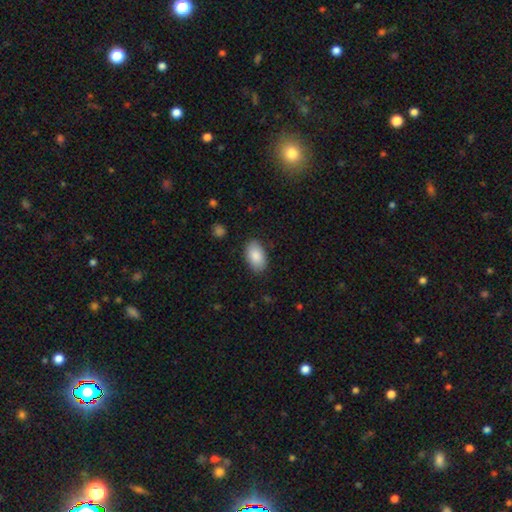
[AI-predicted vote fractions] smooth_or_featured: smooth (p=0.88) [alt: featured or disk p=0.06]
how_rounded: in between (p=0.95) [alt: round p=0.04]
merging: none (p=0.86) [alt: minor disturbance p=0.11]